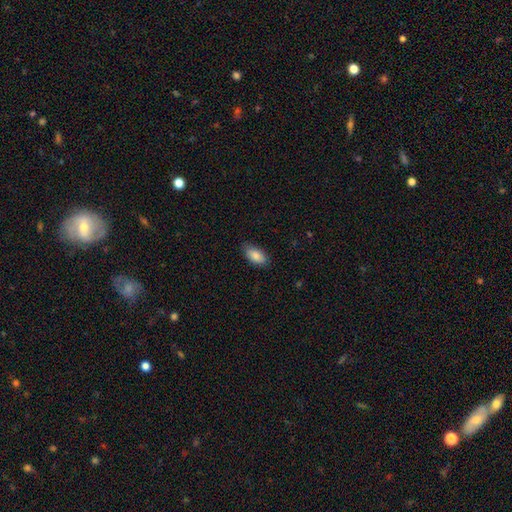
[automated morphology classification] A smooth galaxy with no disk features (87%) that is in between round and cigar-shaped (92%). Merging: none (79%).